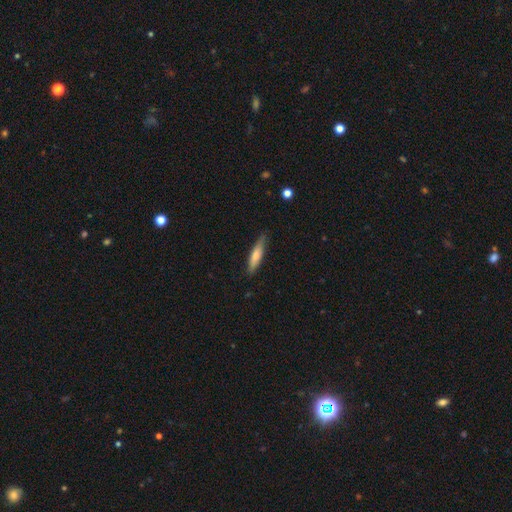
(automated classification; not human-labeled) Overall: smooth (69%). How rounded: cigar-shaped (79%). Merging: none (82%).